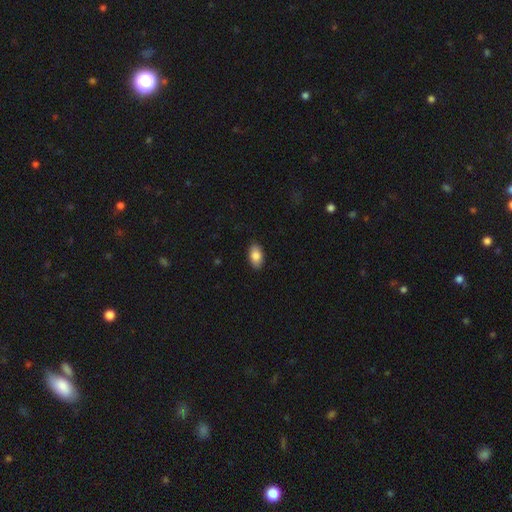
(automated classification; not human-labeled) smooth 85%, featured or disk 8%, star or artifact 7%. Down the decision tree: how rounded — in between (93%); merging — none (88%).